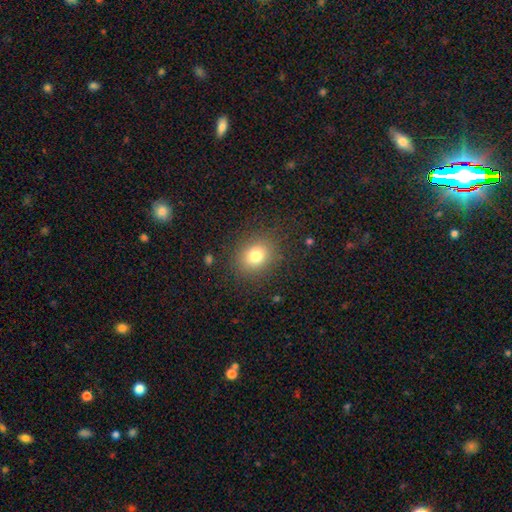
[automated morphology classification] Q: Smooth or featured?
A: smooth (78%); runner-up: star or artifact (13%)
Q: How rounded?
A: round (65%); runner-up: in between (34%)
Q: Merging?
A: none (85%); runner-up: minor disturbance (9%)